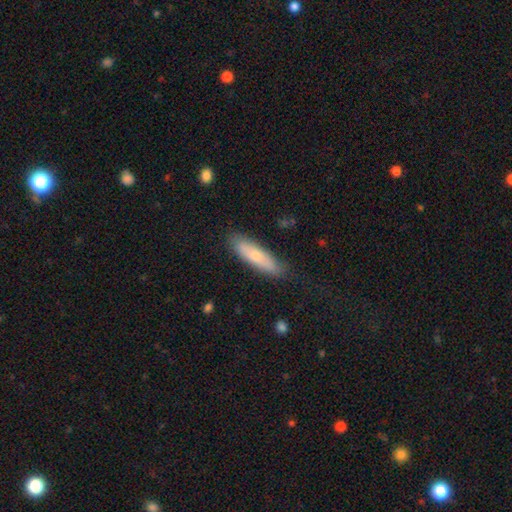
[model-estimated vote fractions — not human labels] A smooth galaxy with no disk features (67%) that is cigar-shaped (67%).

Vote fractions:
- Smooth or featured? smooth: 67% / featured or disk: 27% / star or artifact: 6%
- How rounded? cigar-shaped: 67% / in between: 31% / round: 2%
- Merging? none: 80% / minor disturbance: 16% / major disturbance: 3% / merger: 1%